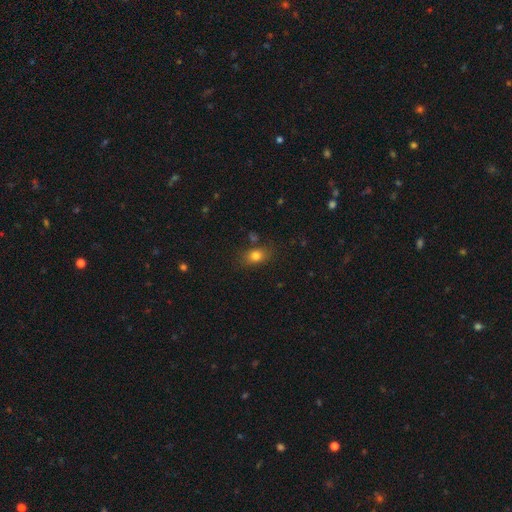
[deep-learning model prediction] A smooth galaxy with no disk features (79%) that is in between round and cigar-shaped (72%).

Vote fractions:
- Smooth or featured? smooth: 79% / star or artifact: 12% / featured or disk: 9%
- How rounded? in between: 72% / round: 25% / cigar-shaped: 3%
- Merging? none: 78% / minor disturbance: 14% / merger: 4% / major disturbance: 4%